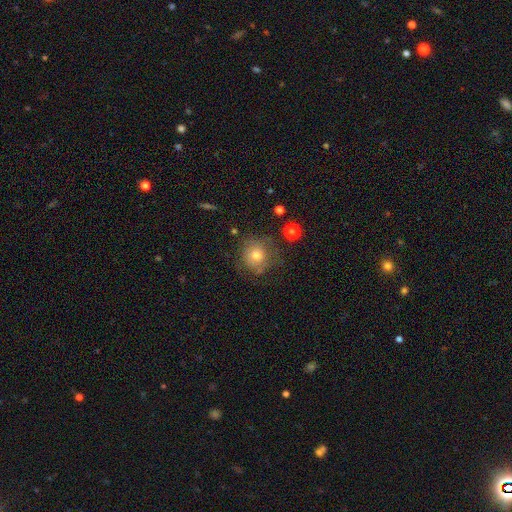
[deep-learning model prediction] This appears to be a smooth galaxy with no disk features (63%) that is round (86%). Merging: none (67%).